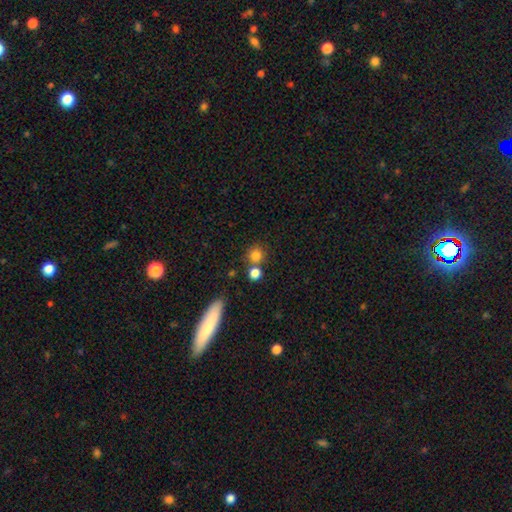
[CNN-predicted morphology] Smooth or featured?
  - smooth: 82% *
  - star or artifact: 12%
  - featured or disk: 6%
How rounded?
  - round: 88% *
  - in between: 11%
  - cigar-shaped: 1%
Merging?
  - none: 65% *
  - merger: 22%
  - minor disturbance: 9%
  - major disturbance: 4%